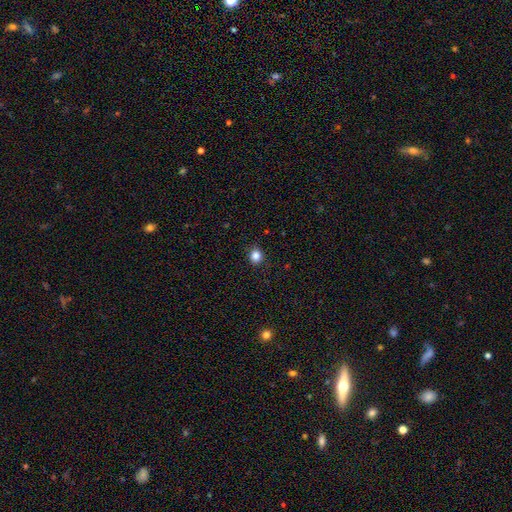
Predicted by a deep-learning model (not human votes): smooth_or_featured: smooth (p=0.84) [alt: star or artifact p=0.11]
how_rounded: round (p=0.76) [alt: in between p=0.23]
merging: none (p=0.89) [alt: minor disturbance p=0.08]